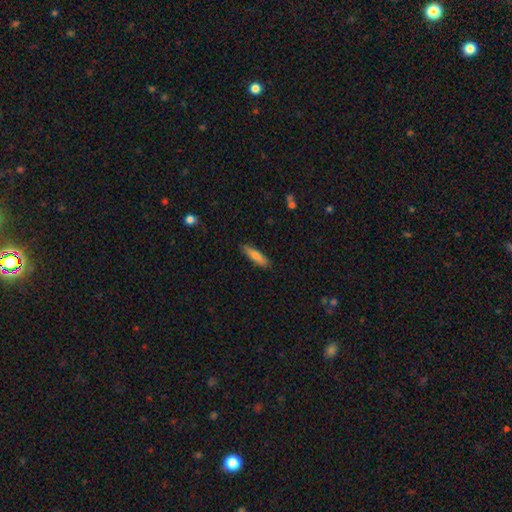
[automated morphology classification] Q: Smooth or featured?
A: smooth (71%); runner-up: featured or disk (23%)
Q: How rounded?
A: cigar-shaped (74%); runner-up: in between (24%)
Q: Merging?
A: none (87%); runner-up: minor disturbance (10%)